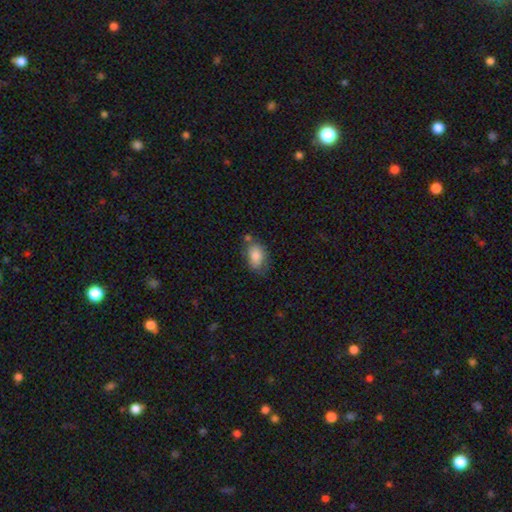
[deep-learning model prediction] Smooth or featured? smooth (81%)
How rounded? in between (88%)
Merging? none (59%)